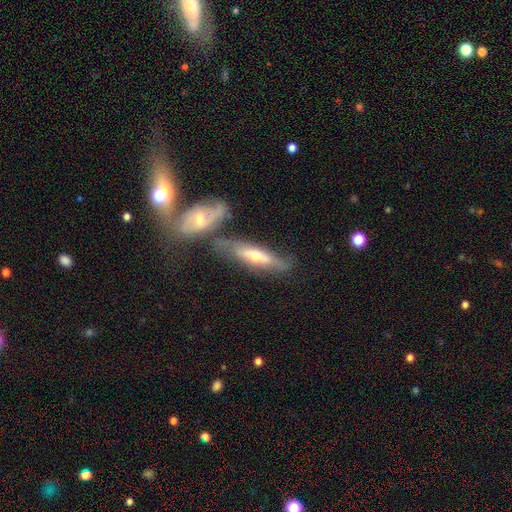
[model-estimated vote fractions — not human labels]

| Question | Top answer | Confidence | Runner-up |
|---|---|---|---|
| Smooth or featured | featured or disk | 60% | smooth (34%) |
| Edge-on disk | yes | 64% | no (36%) |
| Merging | none | 50% | merger (26%) |